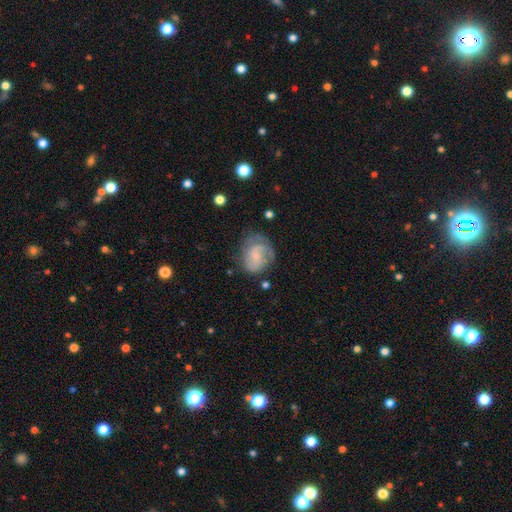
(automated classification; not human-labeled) Q: Smooth or featured?
A: featured or disk (64%); runner-up: smooth (28%)
Q: Edge-on disk?
A: no (98%); runner-up: yes (2%)
Q: Bar?
A: no (65%); runner-up: weak (30%)
Q: Spiral arms?
A: yes (86%); runner-up: no (14%)
Q: Spiral winding?
A: medium (41%); runner-up: tight (38%)
Q: Spiral arm count?
A: 2 (41%); runner-up: can't tell (27%)
Q: Bulge size?
A: small (74%); runner-up: moderate (19%)
Q: Merging?
A: none (56%); runner-up: minor disturbance (26%)